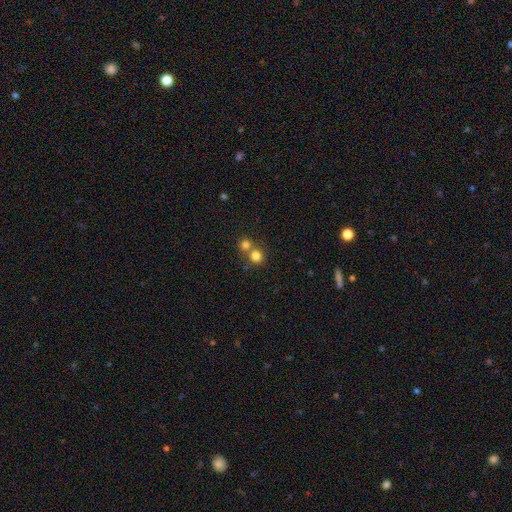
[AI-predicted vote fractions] Smooth or featured? smooth (79%)
How rounded? round (88%)
Merging? none (48%)